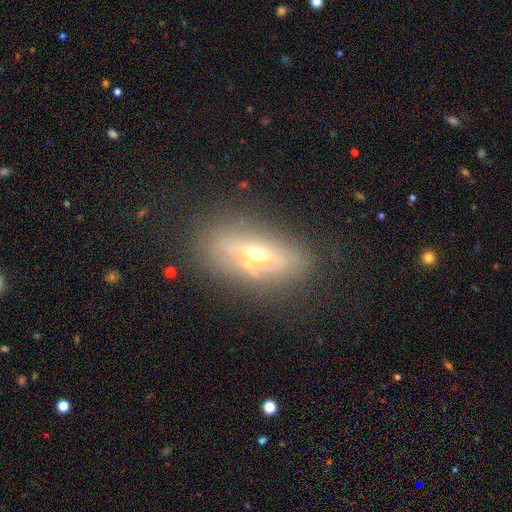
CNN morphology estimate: Smooth or featured? Predicted: featured or disk (p=0.58). Edge-on disk? Predicted: yes (p=0.55). Merging? Predicted: none (p=0.66).